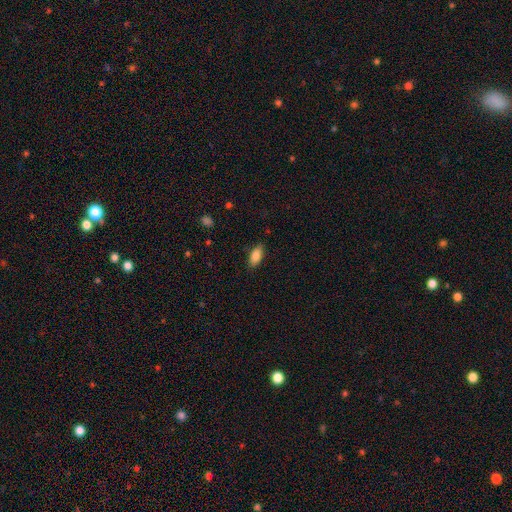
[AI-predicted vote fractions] Overall: smooth (86%). How rounded: in between (87%). Merging: none (86%).